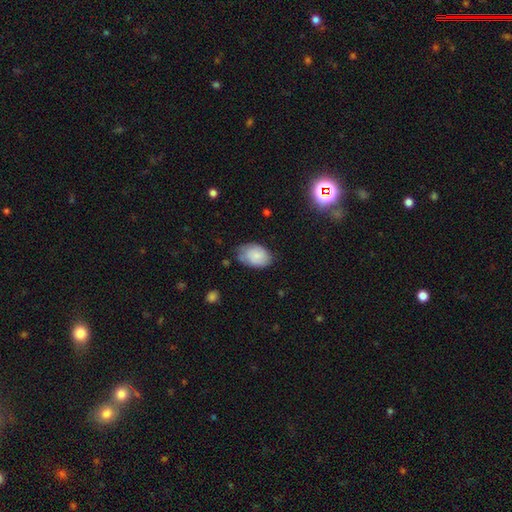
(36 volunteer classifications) Morphology: type=smooth (83%); roundness=in between (90%); merging=none (63%).